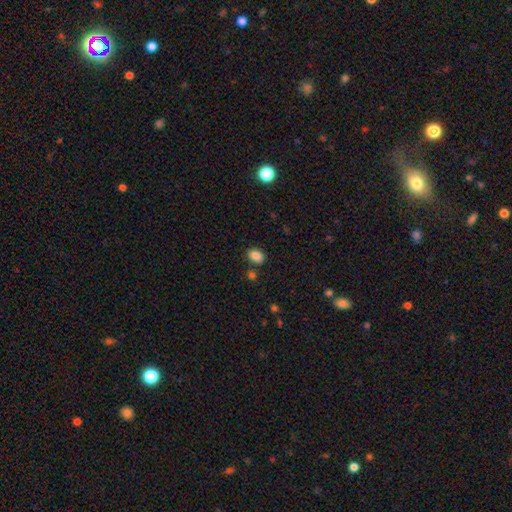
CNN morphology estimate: This appears to be a smooth galaxy with no disk features (85%) that is in between round and cigar-shaped (81%). Merging: none (78%).